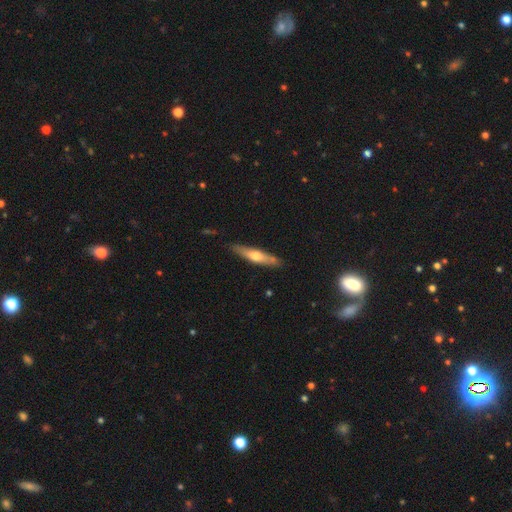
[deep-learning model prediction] featured or disk 48%, smooth 47%, star or artifact 5%. Down the decision tree: merging — none (85%).